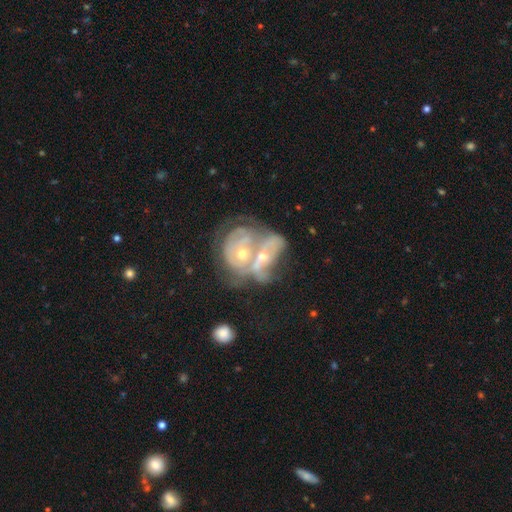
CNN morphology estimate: This is likely a featured or disk galaxy (74%). It is clearly not viewed edge-on (96%). Bar: likely no (68%). Spiral arm pattern: likely yes (73%). Spiral arm count: possibly can't tell (47%). Spiral winding: likely tight (60%). Central bulge: possibly moderate (57%). Merging: likely merger (76%).